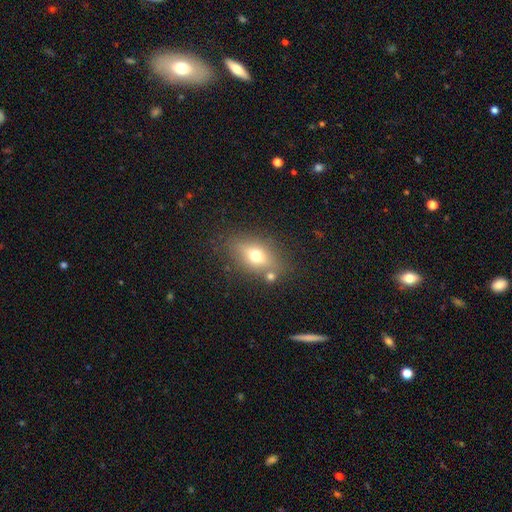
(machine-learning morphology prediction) smooth-or-featured: smooth: 58% | featured or disk: 30% | star or artifact: 12%
  how-rounded: in between: 73% | round: 19% | cigar-shaped: 8%
  merging: none: 74% | minor disturbance: 13% | merger: 8% | major disturbance: 5%